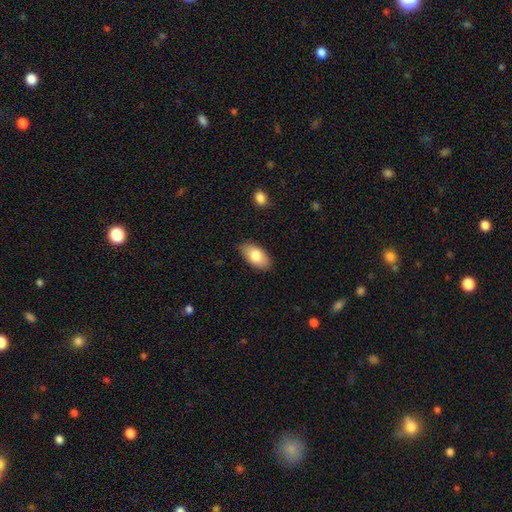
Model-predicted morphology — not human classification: Smooth or featured? smooth (80%)
How rounded? in between (94%)
Merging? none (85%)